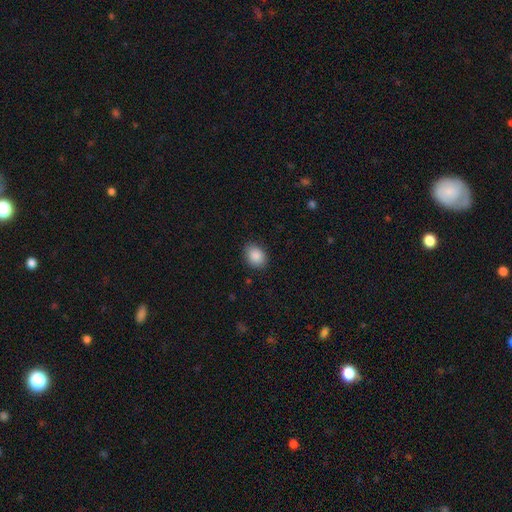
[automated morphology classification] Smooth or featured? Predicted: smooth (p=0.89). How rounded? Predicted: in between (p=0.59). Merging? Predicted: none (p=0.86).